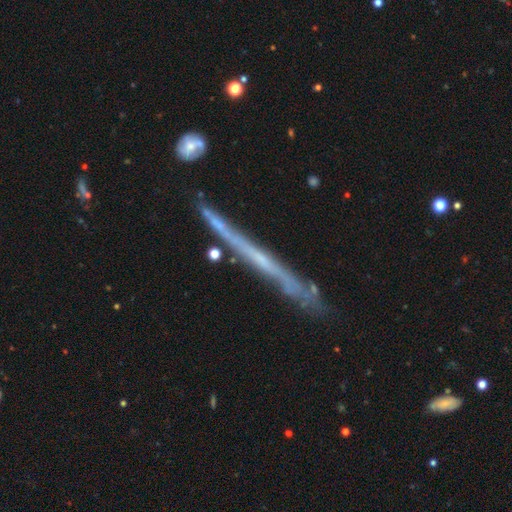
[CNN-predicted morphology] featured or disk 71%, smooth 20%, star or artifact 9%. Down the decision tree: edge-on disk — yes (94%); edge-on bulge — none (78%); merging — none (78%).